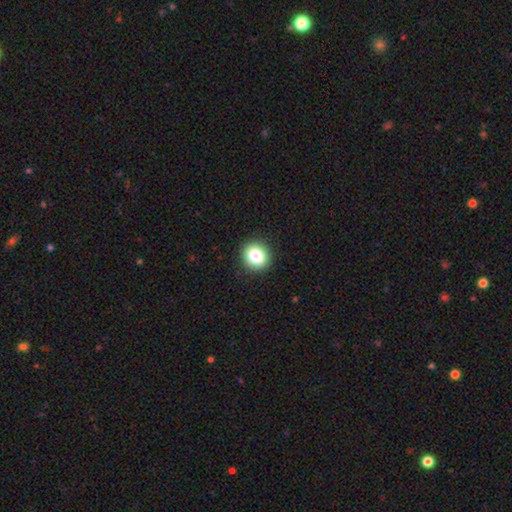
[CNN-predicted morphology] This is clearly a smooth galaxy (84%). How rounded: clearly round (83%). Merging: clearly none (91%).